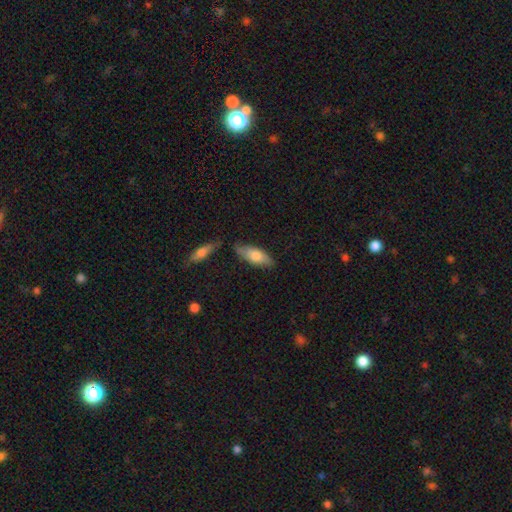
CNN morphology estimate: Smooth or featured?
  - smooth: 71% *
  - featured or disk: 23%
  - star or artifact: 6%
How rounded?
  - in between: 74% *
  - cigar-shaped: 24%
  - round: 2%
Merging?
  - none: 70% *
  - minor disturbance: 19%
  - merger: 7%
  - major disturbance: 4%